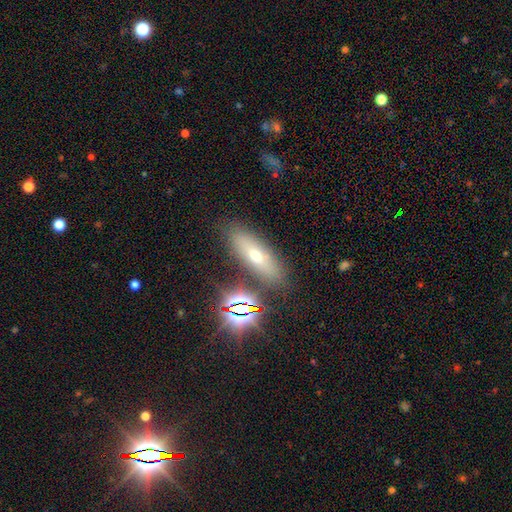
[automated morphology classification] Smooth or featured: smooth — 52% (featured or disk — 26%)
How rounded: in between — 51% (cigar-shaped — 44%)
Merging: none — 82% (minor disturbance — 10%)